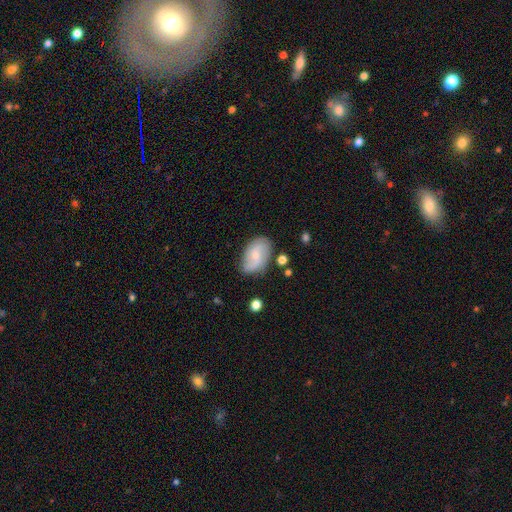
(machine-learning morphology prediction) smooth_or_featured: featured or disk (p=0.61) [alt: smooth p=0.32]
disk_edge_on: no (p=0.97) [alt: yes p=0.03]
bar: no (p=0.54) [alt: weak p=0.40]
has_spiral_arms: yes (p=0.92) [alt: no p=0.08]
spiral_winding: medium (p=0.41) [alt: loose p=0.38]
spiral_arm_count: 2 (p=0.66) [alt: can't tell p=0.15]
bulge_size: small (p=0.59) [alt: moderate p=0.28]
merging: none (p=0.71) [alt: minor disturbance p=0.20]